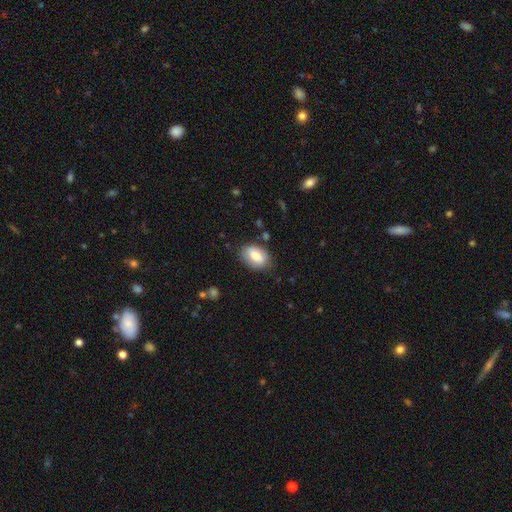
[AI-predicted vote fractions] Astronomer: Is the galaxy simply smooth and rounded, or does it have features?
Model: smooth — 75%.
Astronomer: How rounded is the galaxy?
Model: in between — 88%.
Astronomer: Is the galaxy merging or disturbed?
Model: none — 78%.